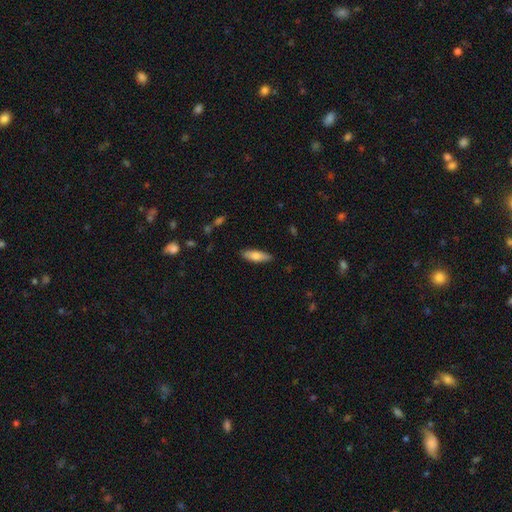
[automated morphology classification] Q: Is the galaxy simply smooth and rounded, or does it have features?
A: smooth — 76%.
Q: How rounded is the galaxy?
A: in between — 50%.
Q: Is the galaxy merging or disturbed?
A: none — 86%.